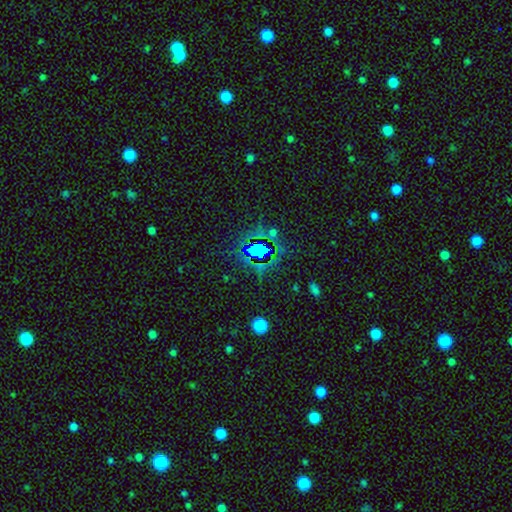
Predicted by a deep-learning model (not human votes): Overall: star or artifact (73%).